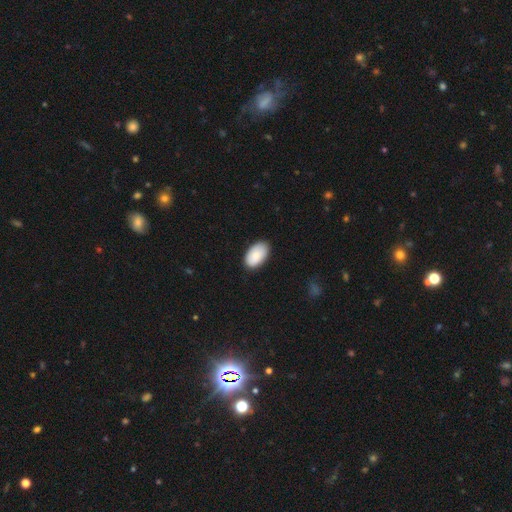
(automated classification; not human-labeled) Smooth or featured: smooth — 86% (featured or disk — 8%)
How rounded: in between — 95% (round — 4%)
Merging: none — 86% (minor disturbance — 11%)